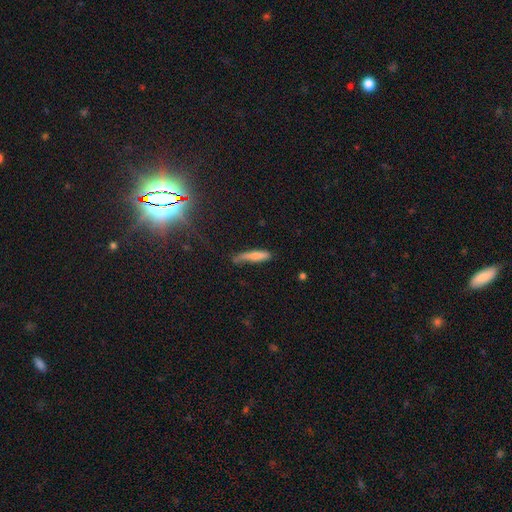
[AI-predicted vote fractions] smooth-or-featured: smooth: 73% | featured or disk: 19% | star or artifact: 8%
  how-rounded: cigar-shaped: 84% | in between: 14% | round: 2%
  merging: none: 49% | minor disturbance: 33% | major disturbance: 13% | merger: 4%